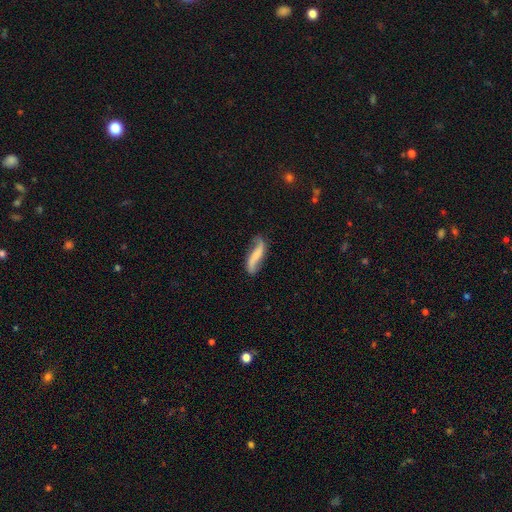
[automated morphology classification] Q: Smooth or featured?
A: featured or disk (68%); runner-up: smooth (25%)
Q: Edge-on disk?
A: no (85%); runner-up: yes (15%)
Q: Bar?
A: no (40%); runner-up: strong (30%)
Q: Spiral arms?
A: yes (92%); runner-up: no (8%)
Q: Spiral winding?
A: loose (86%); runner-up: medium (10%)
Q: Spiral arm count?
A: 2 (91%); runner-up: 1 (4%)
Q: Bulge size?
A: small (39%); runner-up: none (37%)
Q: Merging?
A: none (70%); runner-up: minor disturbance (20%)